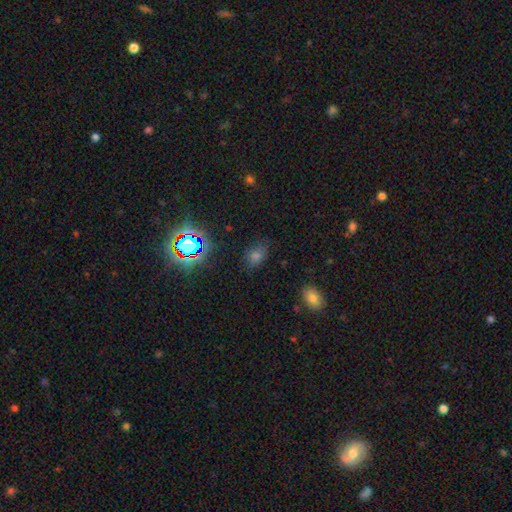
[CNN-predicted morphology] smooth_or_featured: smooth (p=0.57) [alt: star or artifact p=0.33]
how_rounded: in between (p=0.75) [alt: round p=0.23]
merging: none (p=0.77) [alt: minor disturbance p=0.16]